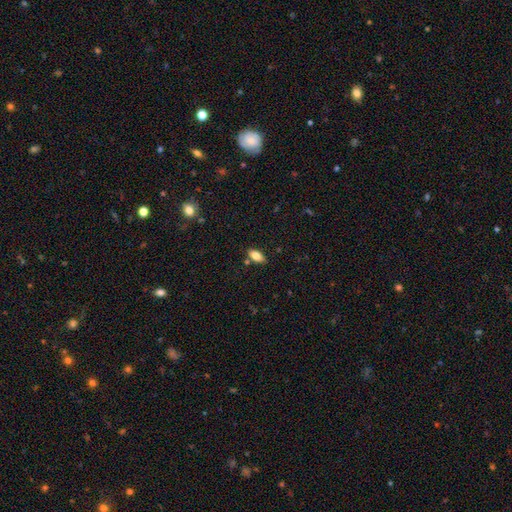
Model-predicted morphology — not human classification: Smooth or featured? smooth (79%)
How rounded? in between (90%)
Merging? none (81%)